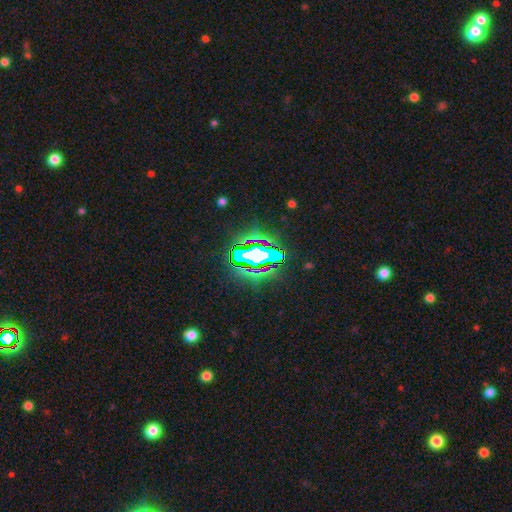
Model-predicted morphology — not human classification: This appears to be a star or artifact, not a galaxy (66%).